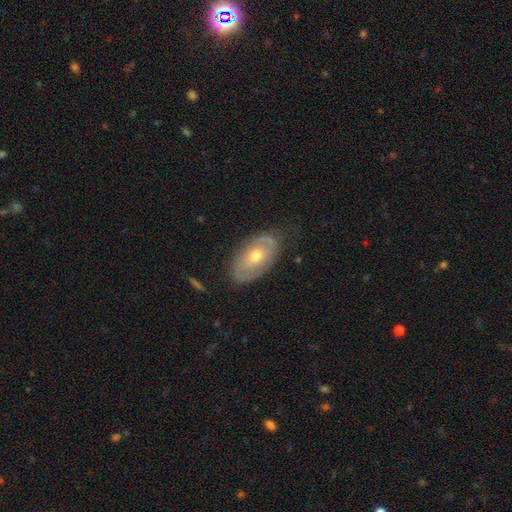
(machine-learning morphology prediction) type=featured or disk (65%); edge-on=no (91%); bar=no (70%); spiral arms=yes (55%); bulge=moderate (67%); merging=none (74%).